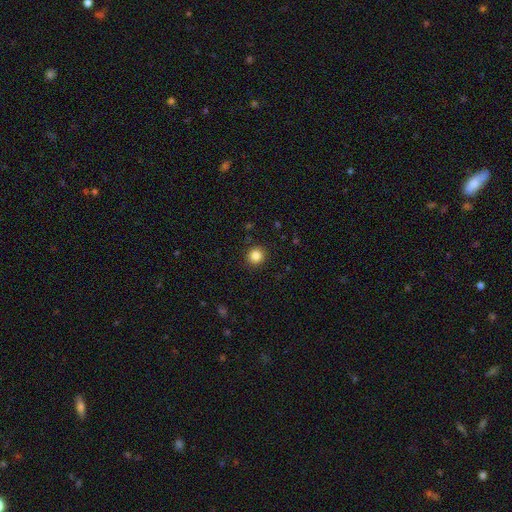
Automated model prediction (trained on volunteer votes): This appears to be a smooth galaxy with no disk features (85%) that is round (93%). Merging: none (92%).